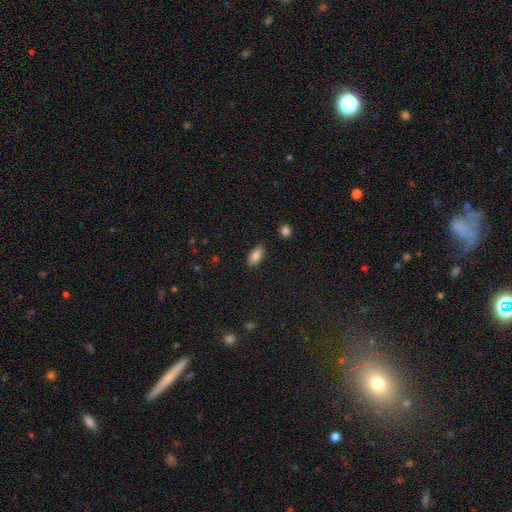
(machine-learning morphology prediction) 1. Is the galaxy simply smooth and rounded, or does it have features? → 85% smooth, 8% star or artifact, 7% featured or disk.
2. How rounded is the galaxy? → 90% in between, 7% cigar-shaped, 3% round.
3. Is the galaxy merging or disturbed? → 87% none, 9% minor disturbance, 2% major disturbance, 1% merger.